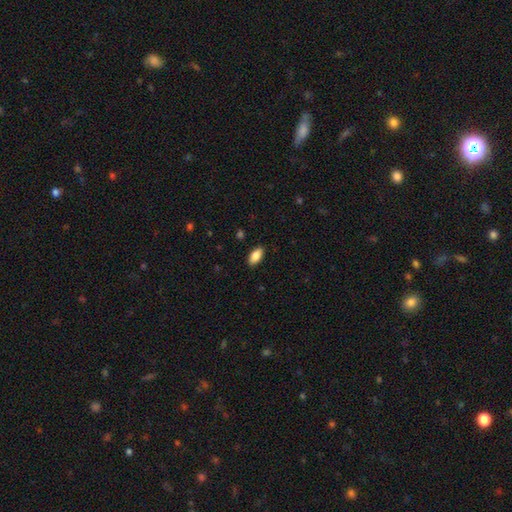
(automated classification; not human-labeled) Q: Smooth or featured?
A: smooth (87%); runner-up: star or artifact (7%)
Q: How rounded?
A: in between (91%); runner-up: cigar-shaped (6%)
Q: Merging?
A: none (89%); runner-up: minor disturbance (8%)